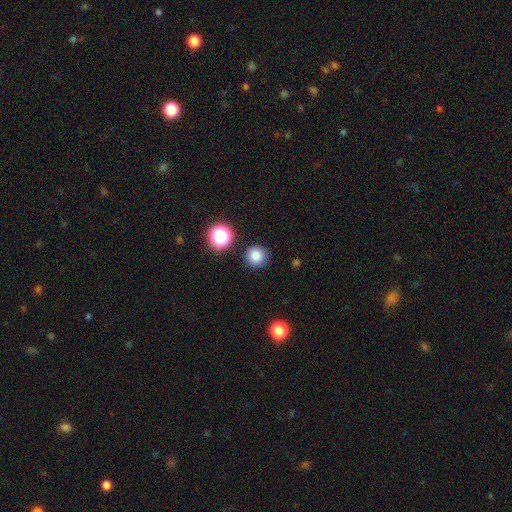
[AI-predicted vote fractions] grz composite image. It shows a smooth galaxy with no disk features (82%) that is round (95%). Merging: none (88%).